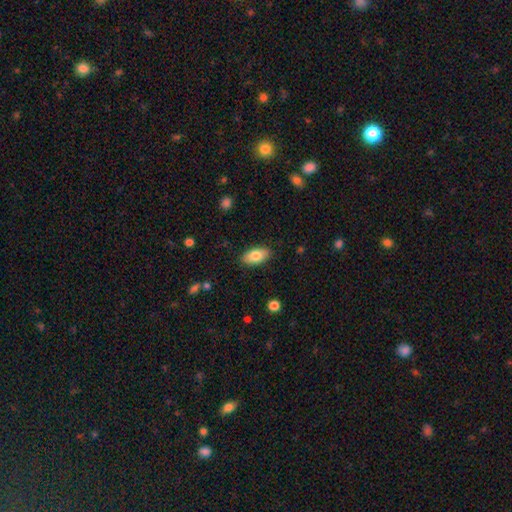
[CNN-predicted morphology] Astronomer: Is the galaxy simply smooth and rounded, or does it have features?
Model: smooth — 80%.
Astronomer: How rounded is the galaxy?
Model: in between — 91%.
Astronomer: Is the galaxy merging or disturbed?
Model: none — 87%.